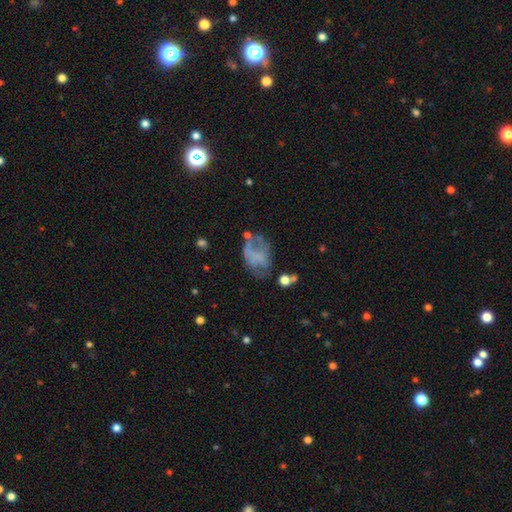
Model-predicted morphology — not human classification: smooth-or-featured: featured or disk: 47% | smooth: 40% | star or artifact: 13%
  merging: none: 39% | major disturbance: 29% | minor disturbance: 25% | merger: 7%